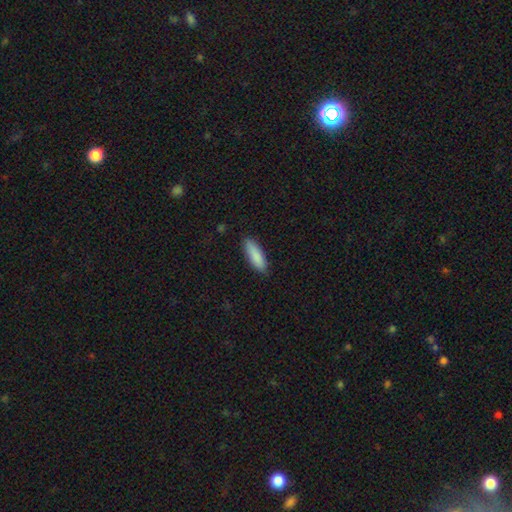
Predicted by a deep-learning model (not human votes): Q: Smooth or featured?
A: smooth (88%); runner-up: featured or disk (7%)
Q: How rounded?
A: in between (50%); runner-up: cigar-shaped (48%)
Q: Merging?
A: none (83%); runner-up: minor disturbance (13%)